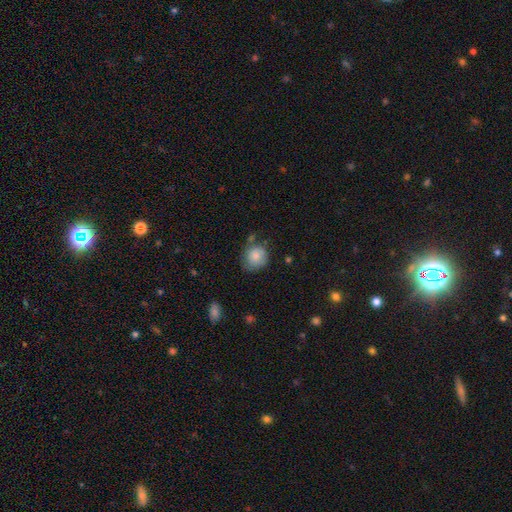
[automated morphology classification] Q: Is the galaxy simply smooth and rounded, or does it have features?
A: smooth — 83%.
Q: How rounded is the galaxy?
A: round — 78%.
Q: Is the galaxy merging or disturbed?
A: none — 59%.